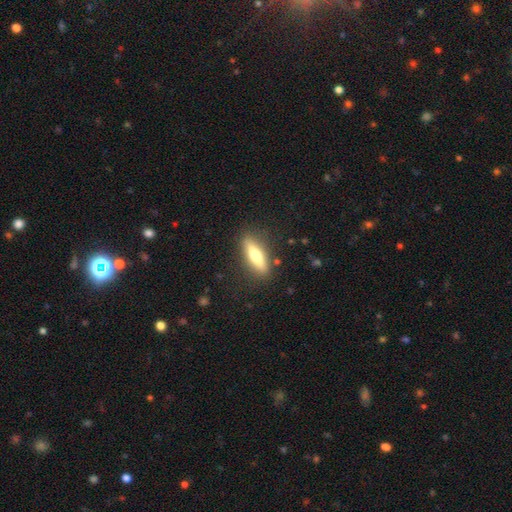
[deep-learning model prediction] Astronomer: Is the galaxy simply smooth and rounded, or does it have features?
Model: smooth — 61%.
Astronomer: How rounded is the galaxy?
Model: cigar-shaped — 61% (runner-up: in between, 37%).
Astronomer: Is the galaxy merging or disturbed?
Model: none — 86%.